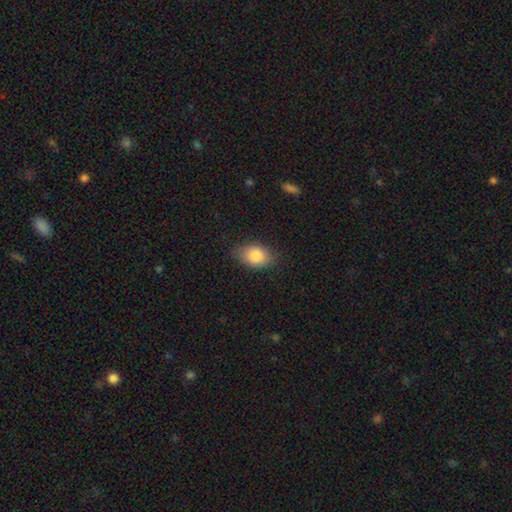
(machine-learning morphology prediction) type=smooth (84%); roundness=in between (80%); merging=none (80%).